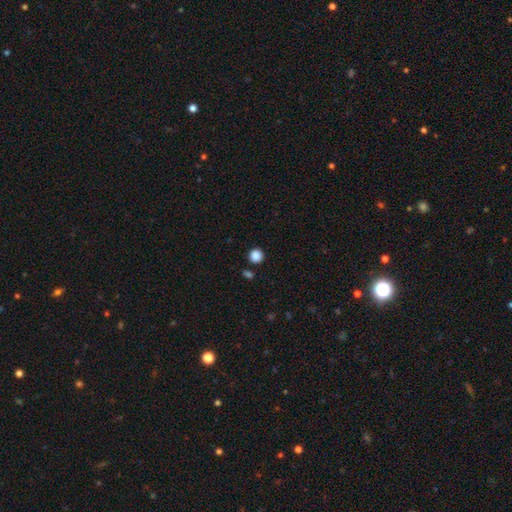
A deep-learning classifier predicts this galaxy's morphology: Q: Smooth or featured?
A: smooth (87%); runner-up: star or artifact (10%)
Q: How rounded?
A: round (94%); runner-up: in between (5%)
Q: Merging?
A: none (89%); runner-up: minor disturbance (5%)